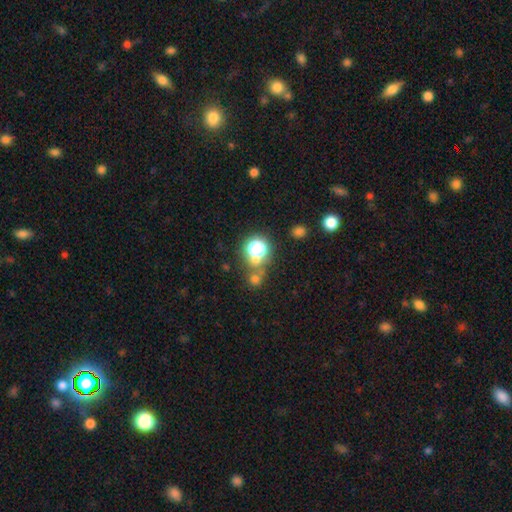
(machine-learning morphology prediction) Overall: smooth (50%; star or artifact 40%). How rounded: round (81%). Merging: none (60%; merger 24%).